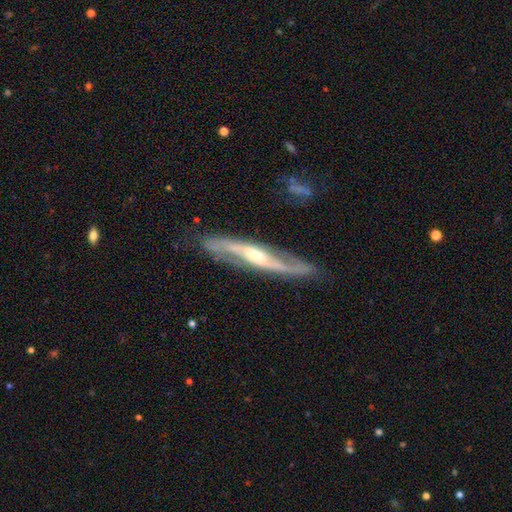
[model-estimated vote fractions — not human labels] Smooth or featured? featured or disk (87%)
Edge-on disk? no (66%)
Bar? weak (37%)
Spiral arms? yes (95%)
Spiral winding? loose (45%)
Spiral arm count? 2 (90%)
Bulge size? moderate (57%)
Merging? none (79%)